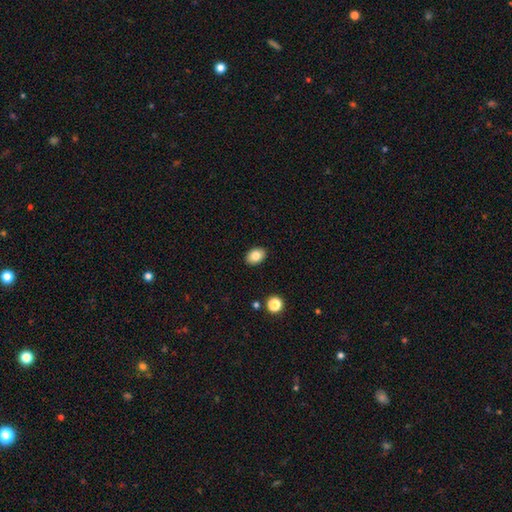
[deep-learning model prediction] Smooth or featured? smooth (82%)
How rounded? in between (77%)
Merging? none (90%)